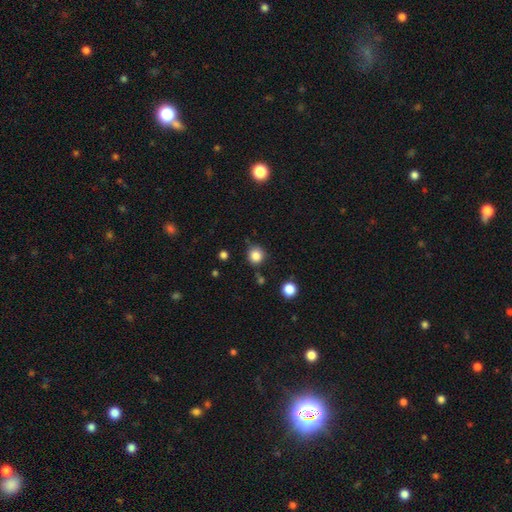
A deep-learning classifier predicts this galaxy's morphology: A smooth galaxy with no disk features (84%) that is round (92%).

Vote fractions:
- Smooth or featured? smooth: 84% / star or artifact: 12% / featured or disk: 4%
- How rounded? round: 92% / in between: 7% / cigar-shaped: 1%
- Merging? none: 82% / minor disturbance: 11% / merger: 4% / major disturbance: 3%